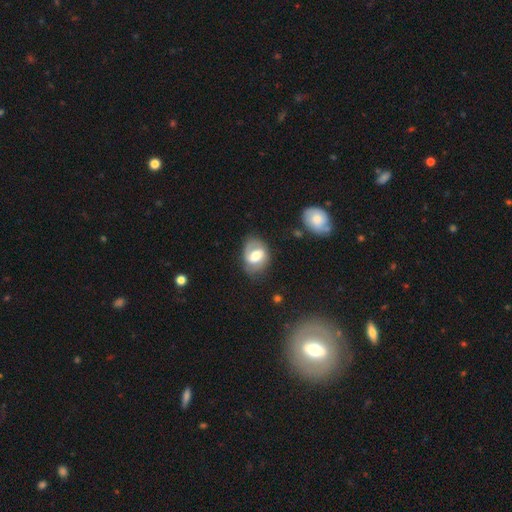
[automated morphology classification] Smooth or featured?
  - featured or disk: 51% *
  - smooth: 42%
  - star or artifact: 7%
Edge-on disk?
  - no: 96% *
  - yes: 4%
Merging?
  - none: 64% *
  - minor disturbance: 23%
  - major disturbance: 10%
  - merger: 2%